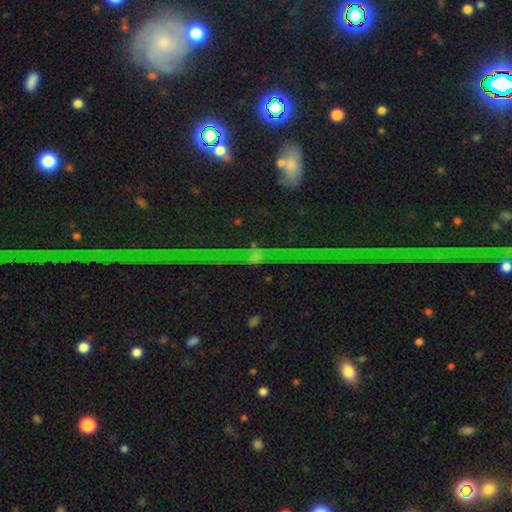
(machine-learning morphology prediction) Q: Smooth or featured?
A: star or artifact (63%); runner-up: featured or disk (24%)